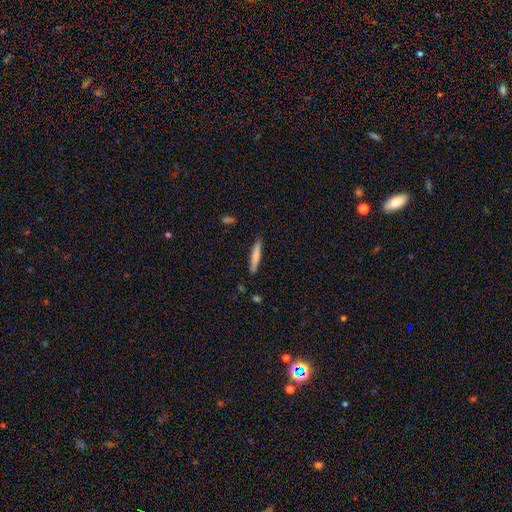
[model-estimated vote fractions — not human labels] Smooth or featured?
  - smooth: 73% *
  - featured or disk: 22%
  - star or artifact: 6%
How rounded?
  - cigar-shaped: 92% *
  - in between: 6%
  - round: 1%
Merging?
  - none: 88% *
  - minor disturbance: 9%
  - major disturbance: 2%
  - merger: 1%